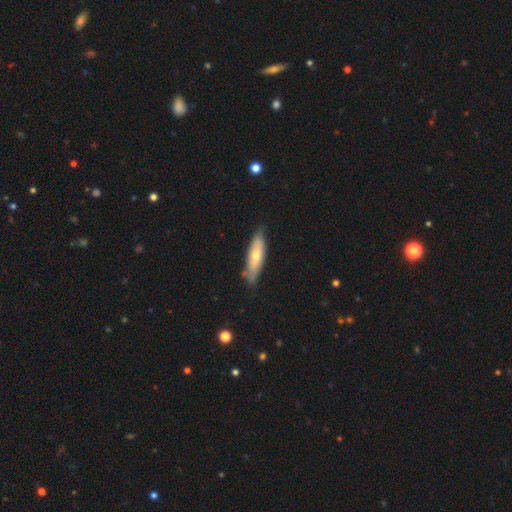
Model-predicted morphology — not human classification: A smooth galaxy with no disk features (54%) that is cigar-shaped (58%).

Vote fractions:
- Smooth or featured? smooth: 54% / featured or disk: 40% / star or artifact: 6%
- How rounded? cigar-shaped: 58% / in between: 40% / round: 2%
- Merging? none: 75% / minor disturbance: 20% / major disturbance: 3% / merger: 2%